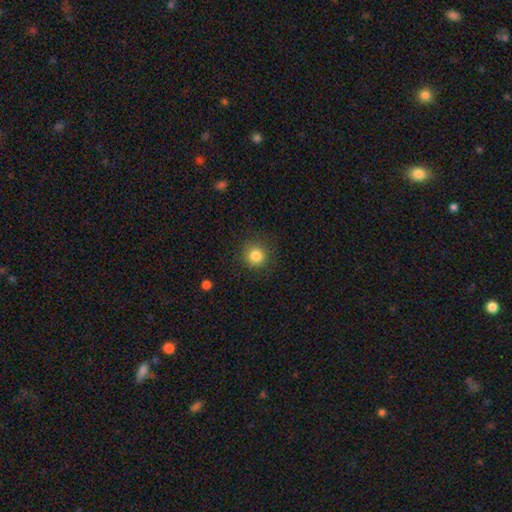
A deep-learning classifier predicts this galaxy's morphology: The model was most divided on "smooth or featured": smooth: 84%, star or artifact: 10%, featured or disk: 5%. More confident: how rounded — round (92%); merging — none (87%).